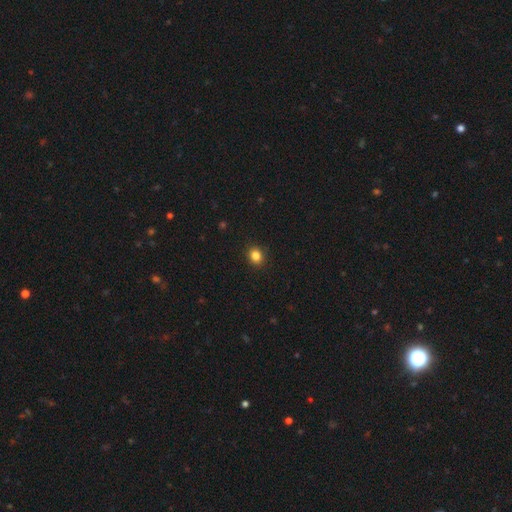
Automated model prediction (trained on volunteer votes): smooth-or-featured: smooth: 84% | star or artifact: 11% | featured or disk: 4%
  how-rounded: round: 67% | in between: 32% | cigar-shaped: 1%
  merging: none: 91% | minor disturbance: 6% | major disturbance: 2% | merger: 1%